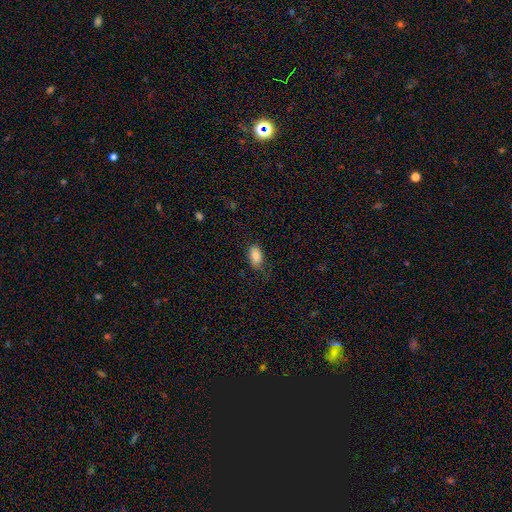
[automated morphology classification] Smooth or featured?
  - smooth: 87% *
  - star or artifact: 8%
  - featured or disk: 5%
How rounded?
  - in between: 92% *
  - round: 5%
  - cigar-shaped: 2%
Merging?
  - none: 72% *
  - minor disturbance: 21%
  - major disturbance: 6%
  - merger: 1%